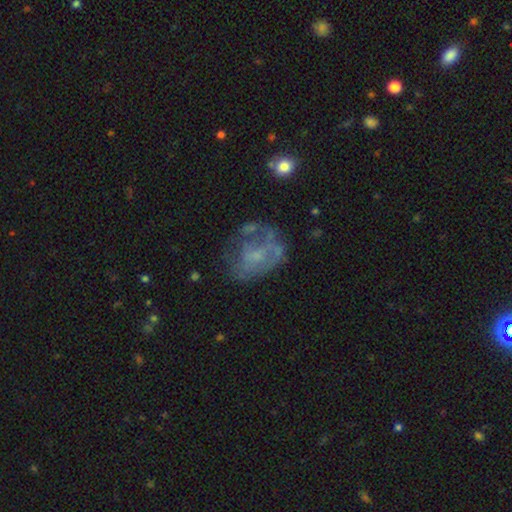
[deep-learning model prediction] A featured or disk galaxy (58%) with no bar (77%), no spiral arms (69%) and a small central bulge (43%).

Vote fractions:
- Smooth or featured? featured or disk: 58% / smooth: 30% / star or artifact: 12%
- Edge-on disk? no: 97% / yes: 3%
- Bar? no: 77% / weak: 20% / strong: 3%
- Spiral arms? no: 69% / yes: 31%
- Bulge size? small: 43% / none: 33% / moderate: 20% / large: 2% / dominant: 1%
- Merging? none: 44% / major disturbance: 27% / minor disturbance: 23% / merger: 5%